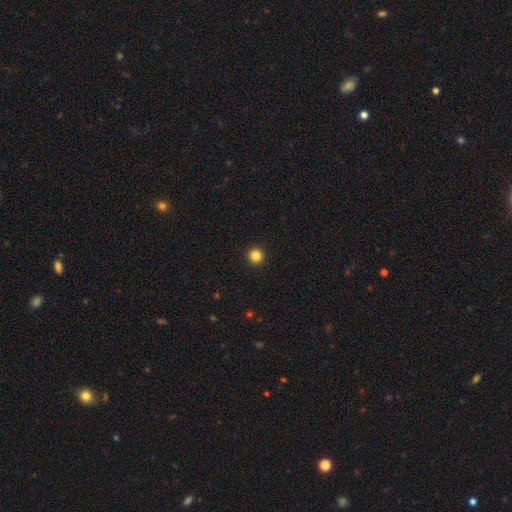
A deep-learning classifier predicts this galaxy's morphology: A smooth galaxy with no disk features (85%) that is round (96%). Merging: none (94%).